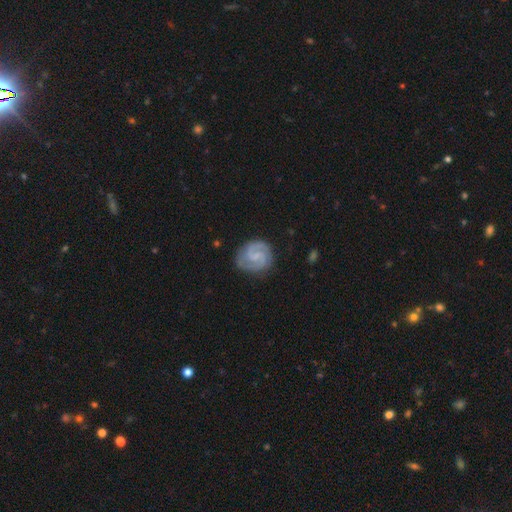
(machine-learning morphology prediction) This appears to be a featured or disk galaxy (86%) with a weak bar (53%), 2 (91%) medium (48%) spiral arms (98%) and no central bulge (46%). Merging: none (82%).